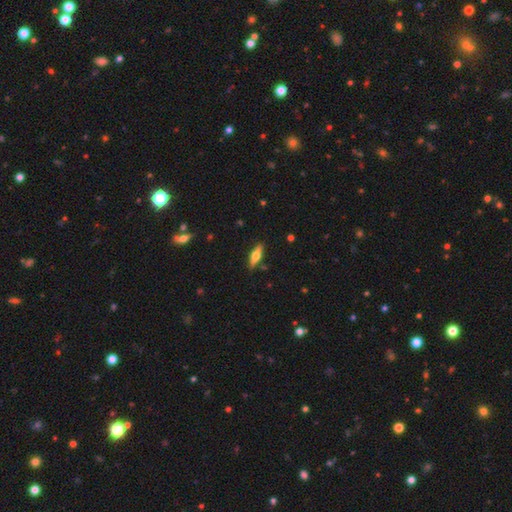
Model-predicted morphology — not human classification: Overall: smooth (48%; featured or disk 46%). Merging: none (87%).